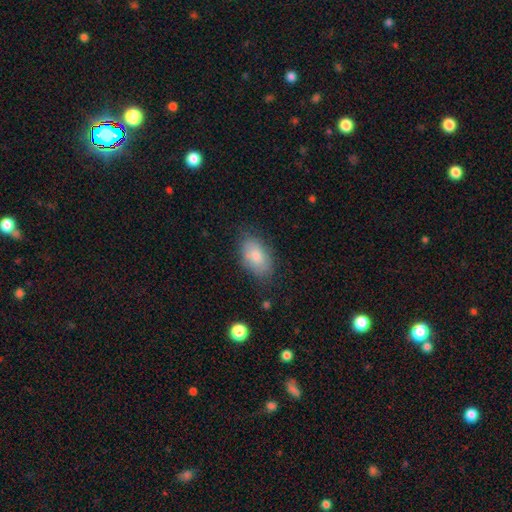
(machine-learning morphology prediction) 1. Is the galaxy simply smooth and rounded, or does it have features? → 81% smooth, 12% featured or disk, 7% star or artifact.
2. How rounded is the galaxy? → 92% in between, 6% round, 2% cigar-shaped.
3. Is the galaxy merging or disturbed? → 74% none, 19% minor disturbance, 5% major disturbance, 2% merger.